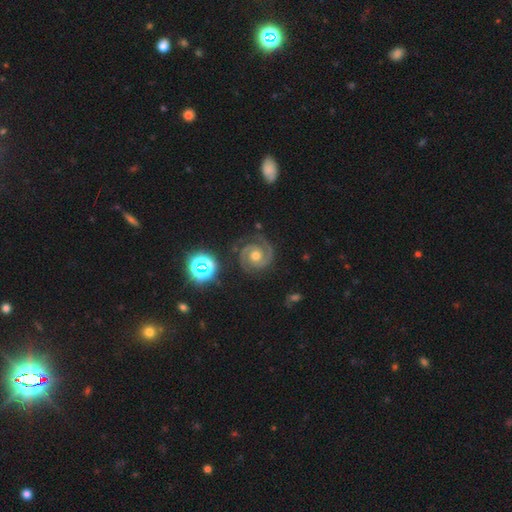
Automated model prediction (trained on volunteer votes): Morphology: type=featured or disk (88%); edge-on=no (98%); bar=no (71%); spiral arms=yes (98%); winding=tight (64%); arm count=2 (90%); bulge=moderate (72%); merging=none (80%).